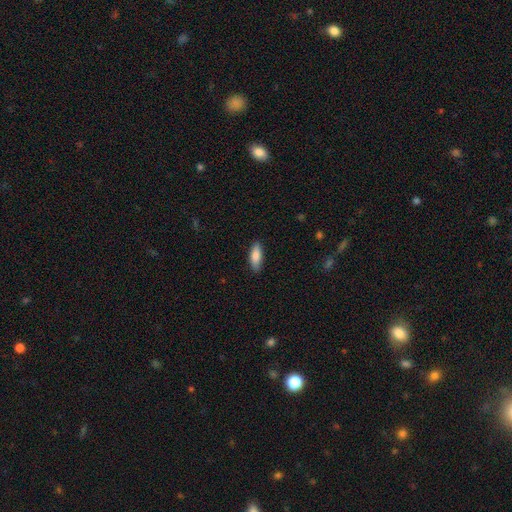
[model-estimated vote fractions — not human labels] Morphology: type=smooth (84%); roundness=in between (66%); merging=none (87%).